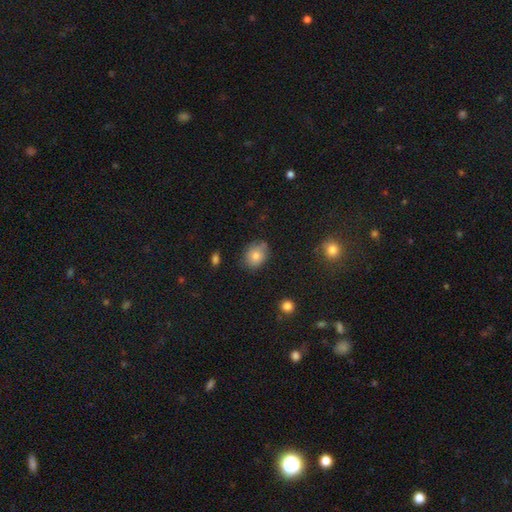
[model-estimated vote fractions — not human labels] Q: Smooth or featured?
A: smooth (78%); runner-up: featured or disk (13%)
Q: How rounded?
A: round (51%); runner-up: in between (48%)
Q: Merging?
A: none (69%); runner-up: minor disturbance (24%)